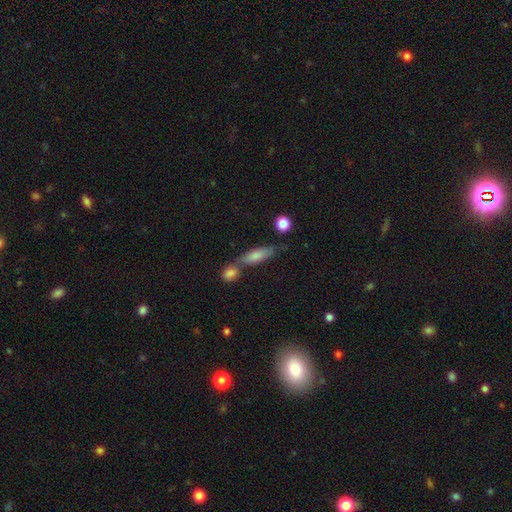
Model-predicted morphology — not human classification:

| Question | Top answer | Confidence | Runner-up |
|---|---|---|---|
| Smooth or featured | smooth | 65% | featured or disk (25%) |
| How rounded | cigar-shaped | 58% | in between (37%) |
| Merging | none | 55% | merger (27%) |